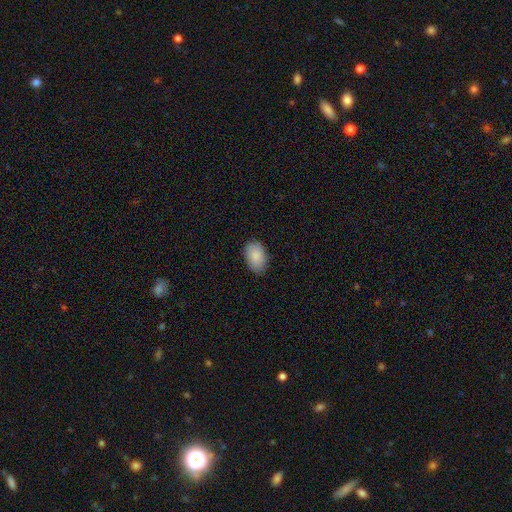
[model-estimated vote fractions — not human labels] smooth-or-featured: smooth: 88% | star or artifact: 6% | featured or disk: 6%
  how-rounded: in between: 89% | round: 10% | cigar-shaped: 1%
  merging: none: 84% | minor disturbance: 13% | major disturbance: 2% | merger: 1%